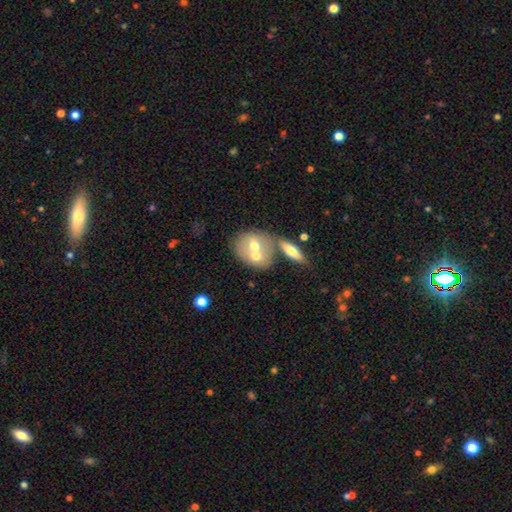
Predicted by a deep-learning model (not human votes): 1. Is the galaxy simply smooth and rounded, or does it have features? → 57% smooth, 36% featured or disk, 7% star or artifact.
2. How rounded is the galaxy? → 52% round, 46% in between, 2% cigar-shaped.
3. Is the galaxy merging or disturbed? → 63% merger, 26% none, 7% minor disturbance, 3% major disturbance.